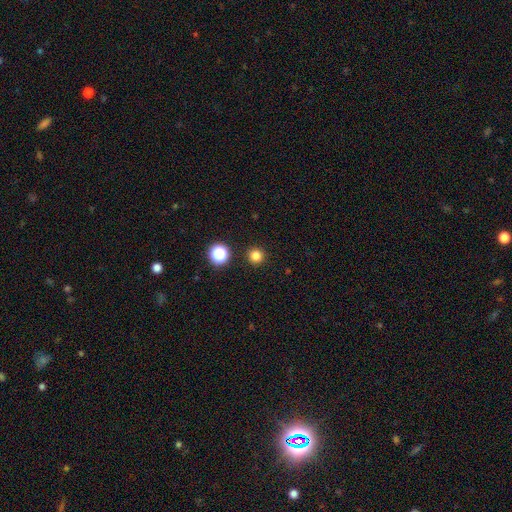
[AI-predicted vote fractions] Overall: smooth (81%). How rounded: round (96%). Merging: none (92%).